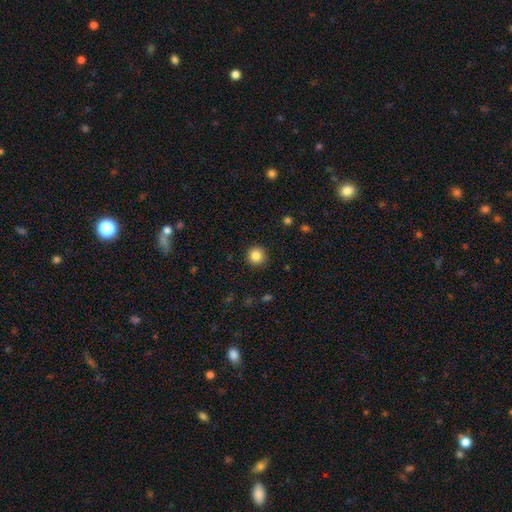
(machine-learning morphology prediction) Q: Smooth or featured?
A: smooth (85%); runner-up: star or artifact (10%)
Q: How rounded?
A: round (95%); runner-up: in between (5%)
Q: Merging?
A: none (91%); runner-up: minor disturbance (6%)